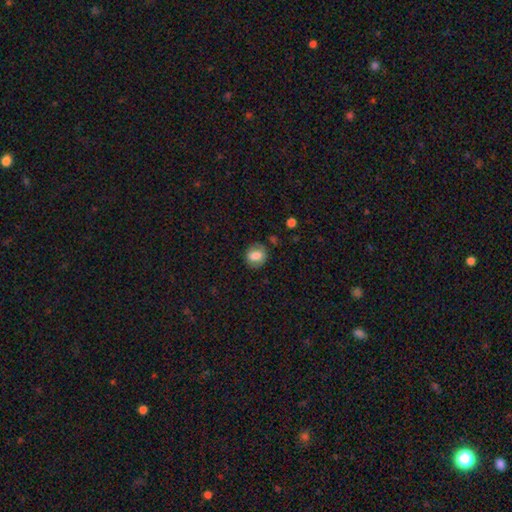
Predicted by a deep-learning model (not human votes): Overall: smooth (72%). How rounded: round (61%; in between 37%). Merging: none (77%).